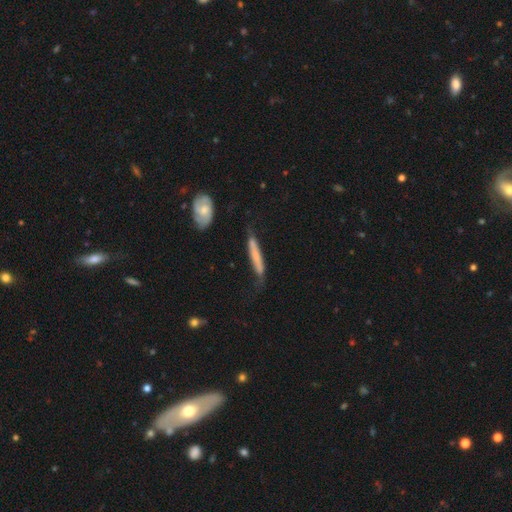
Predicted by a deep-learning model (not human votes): Smooth or featured? smooth (57%)
How rounded? cigar-shaped (92%)
Merging? none (49%)